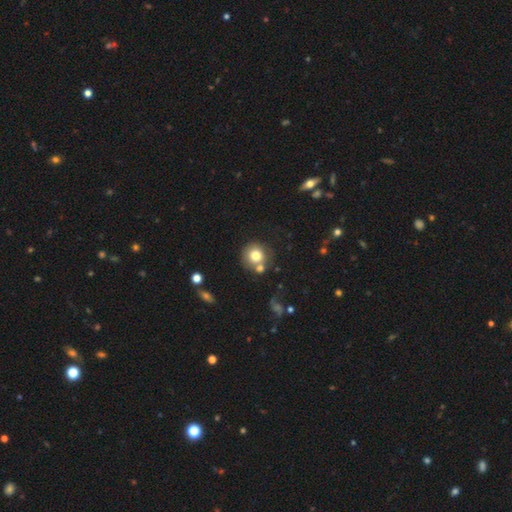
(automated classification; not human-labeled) Morphology: type=smooth (76%); roundness=round (90%); merging=none (62%).